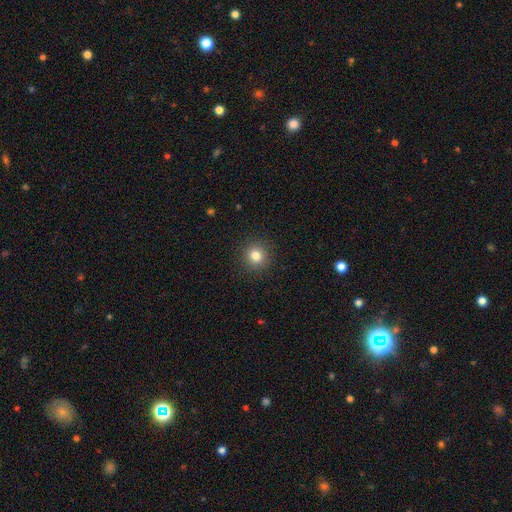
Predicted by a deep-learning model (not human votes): This is clearly a smooth galaxy (81%). How rounded: clearly round (93%). Merging: clearly none (92%).